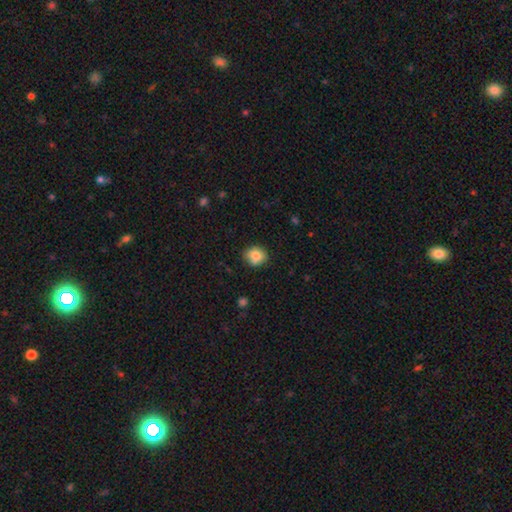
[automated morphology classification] smooth-or-featured: smooth: 80% | featured or disk: 10% | star or artifact: 10%
  how-rounded: round: 73% | in between: 26% | cigar-shaped: 1%
  merging: none: 71% | minor disturbance: 19% | merger: 6% | major disturbance: 4%